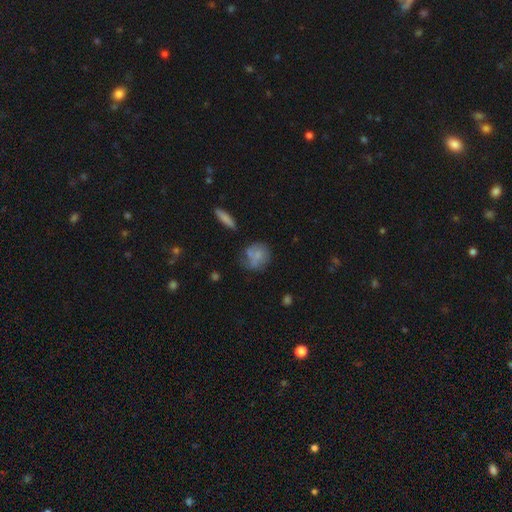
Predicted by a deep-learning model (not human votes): smooth-or-featured: smooth: 65% | featured or disk: 25% | star or artifact: 10%
  how-rounded: round: 68% | in between: 30% | cigar-shaped: 2%
  merging: none: 46% | minor disturbance: 27% | major disturbance: 17% | merger: 10%